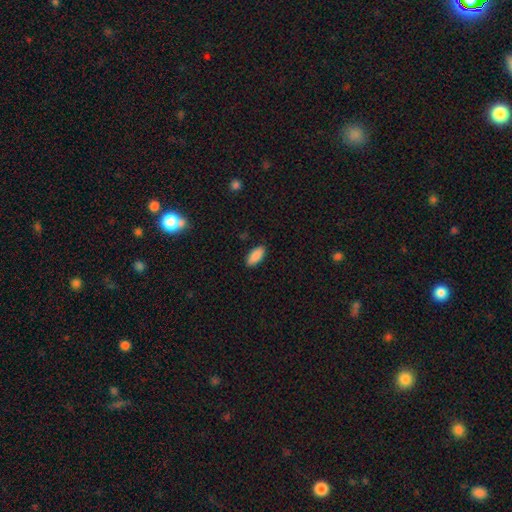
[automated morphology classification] Overall: smooth (90%). How rounded: in between (90%). Merging: none (88%).